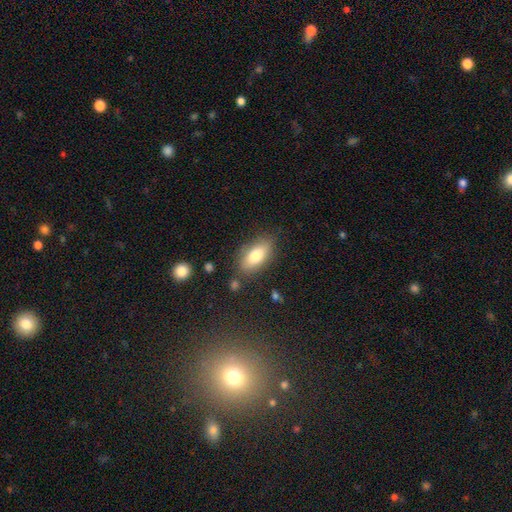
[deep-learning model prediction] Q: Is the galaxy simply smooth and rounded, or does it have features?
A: smooth — 76%.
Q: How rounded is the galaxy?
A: in between — 86%.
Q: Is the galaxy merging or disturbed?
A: none — 79%.